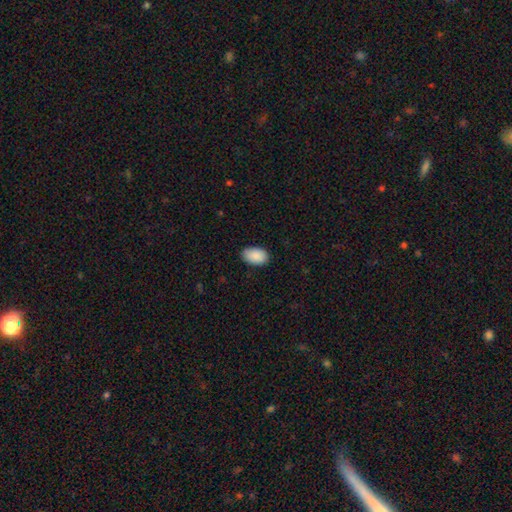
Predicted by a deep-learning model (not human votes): Morphology: type=smooth (90%); roundness=in between (93%); merging=none (85%).